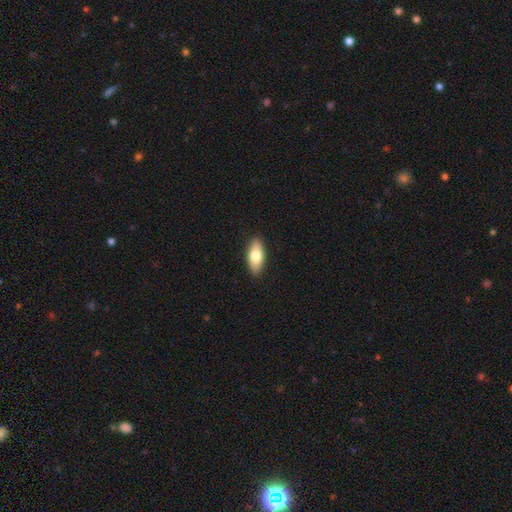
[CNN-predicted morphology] smooth 76%, featured or disk 18%, star or artifact 6%. Down the decision tree: how rounded — in between (83%); merging — none (90%).